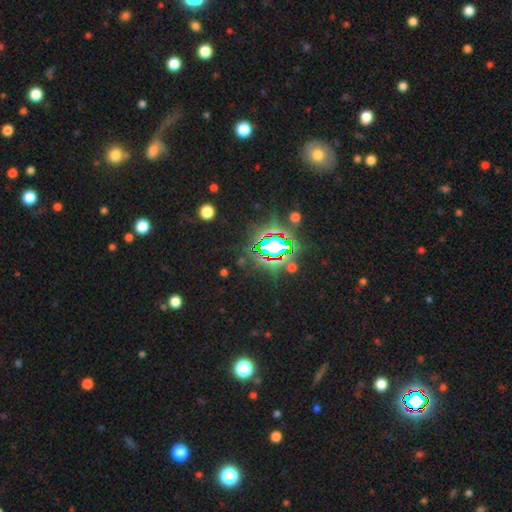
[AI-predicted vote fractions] Smooth or featured: star or artifact — 78% (smooth — 14%)